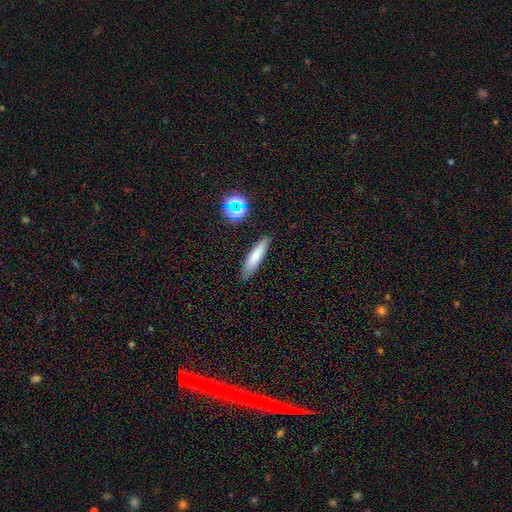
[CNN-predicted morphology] Smooth or featured: smooth — 75% (featured or disk — 15%)
How rounded: cigar-shaped — 81% (in between — 18%)
Merging: none — 85% (minor disturbance — 10%)